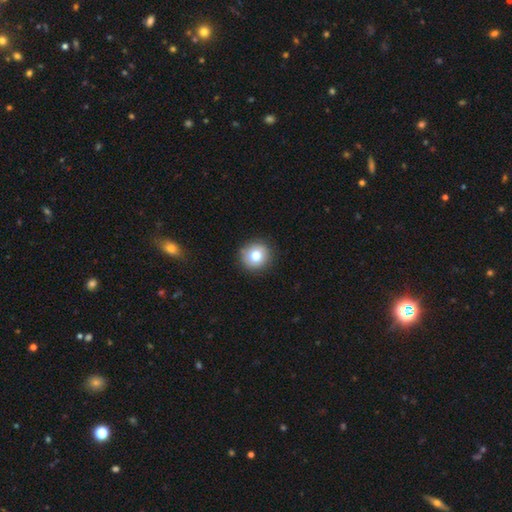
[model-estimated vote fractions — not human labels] A smooth galaxy with no disk features (77%) that is round (92%).

Vote fractions:
- Smooth or featured? smooth: 77% / featured or disk: 12% / star or artifact: 10%
- How rounded? round: 92% / in between: 7% / cigar-shaped: 1%
- Merging? none: 90% / minor disturbance: 7% / major disturbance: 2% / merger: 1%